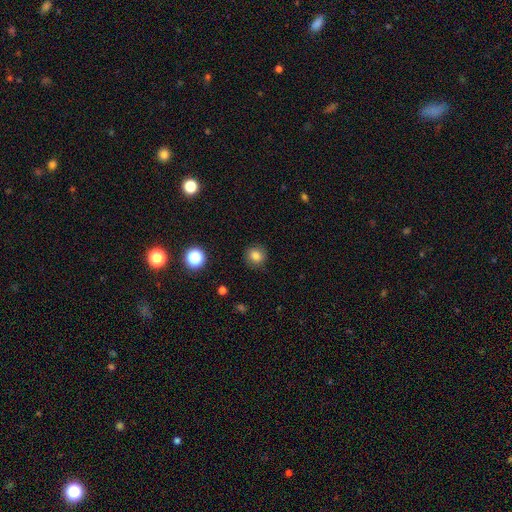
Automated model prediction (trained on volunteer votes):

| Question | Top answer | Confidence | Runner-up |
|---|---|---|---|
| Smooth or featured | smooth | 81% | star or artifact (13%) |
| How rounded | round | 88% | in between (11%) |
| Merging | none | 88% | minor disturbance (8%) |